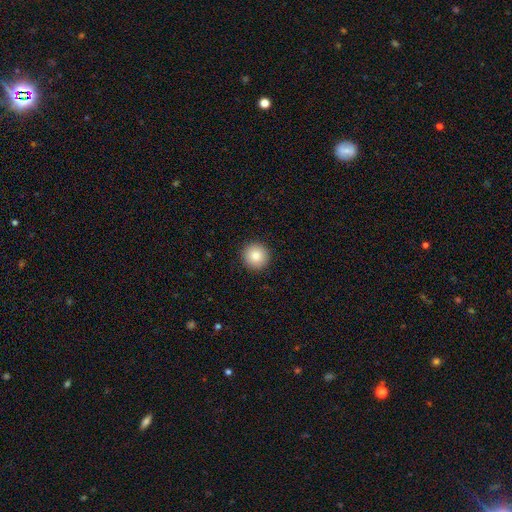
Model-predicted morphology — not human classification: Smooth or featured? smooth (86%)
How rounded? round (95%)
Merging? none (93%)